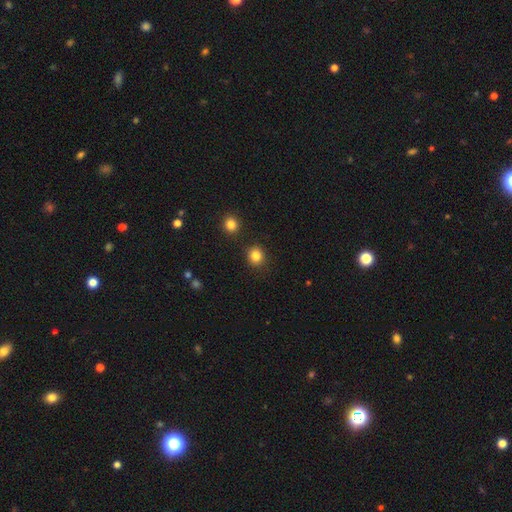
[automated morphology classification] smooth-or-featured: smooth: 84% | star or artifact: 11% | featured or disk: 5%
  how-rounded: round: 87% | in between: 12% | cigar-shaped: 1%
  merging: none: 88% | minor disturbance: 7% | merger: 3% | major disturbance: 2%